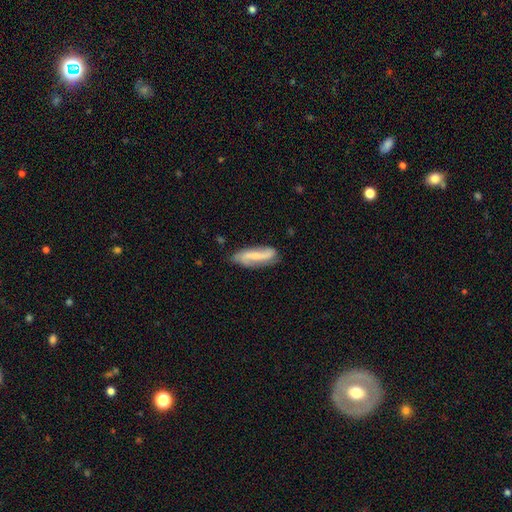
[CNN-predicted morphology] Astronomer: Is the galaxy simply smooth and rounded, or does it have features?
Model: featured or disk — 66%.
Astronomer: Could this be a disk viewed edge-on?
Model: no — 88%.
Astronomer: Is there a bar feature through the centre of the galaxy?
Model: weak — 38% (runner-up: strong, 35%).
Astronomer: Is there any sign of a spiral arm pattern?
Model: yes — 92%.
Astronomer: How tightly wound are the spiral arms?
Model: loose — 57%.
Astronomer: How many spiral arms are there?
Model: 2 — 87%.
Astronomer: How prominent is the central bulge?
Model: small — 50%.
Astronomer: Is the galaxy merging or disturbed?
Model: none — 74%.